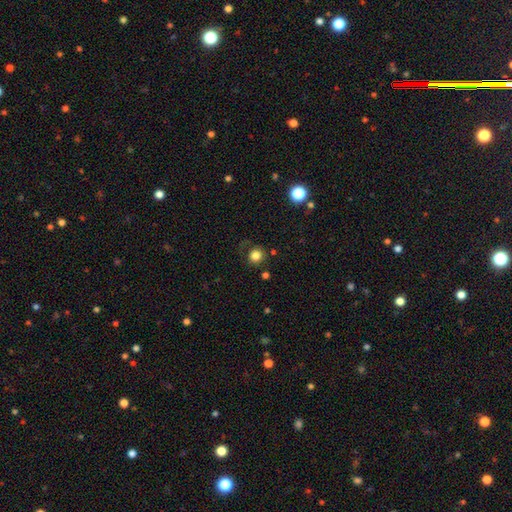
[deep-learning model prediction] This is clearly a smooth galaxy (81%). How rounded: clearly round (90%). Merging: likely none (76%).